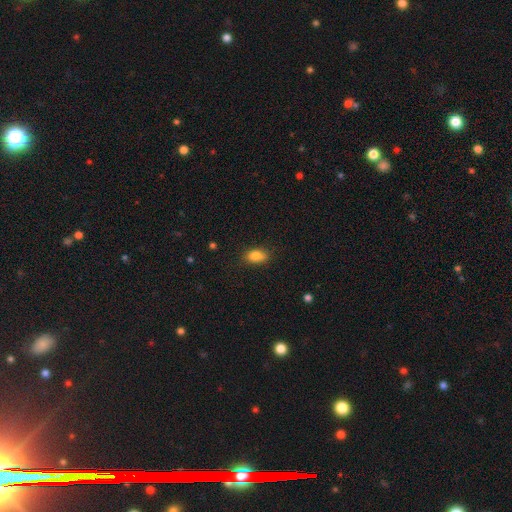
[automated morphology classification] Overall: smooth (85%). How rounded: in between (86%). Merging: none (83%).